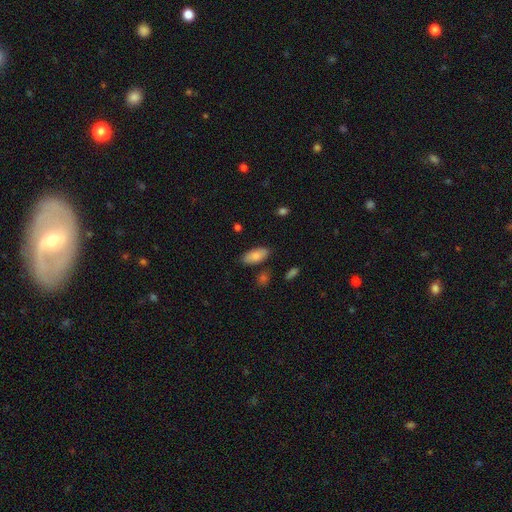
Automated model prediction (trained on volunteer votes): smooth-or-featured: smooth: 81% | featured or disk: 13% | star or artifact: 7%
  how-rounded: in between: 89% | cigar-shaped: 9% | round: 2%
  merging: none: 83% | minor disturbance: 12% | merger: 3% | major disturbance: 3%